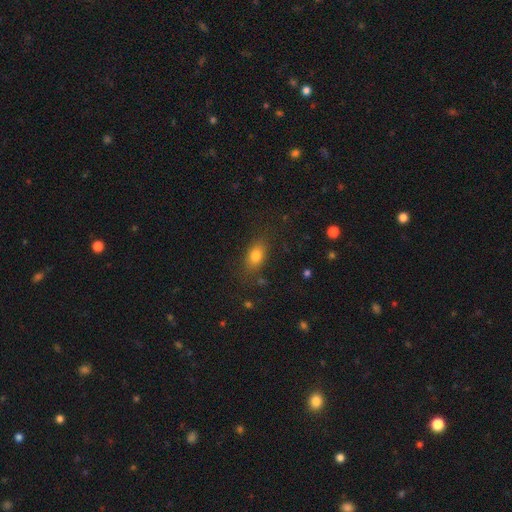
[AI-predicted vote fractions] Smooth or featured? Predicted: smooth (p=0.79). How rounded? Predicted: in between (p=0.79). Merging? Predicted: none (p=0.78).